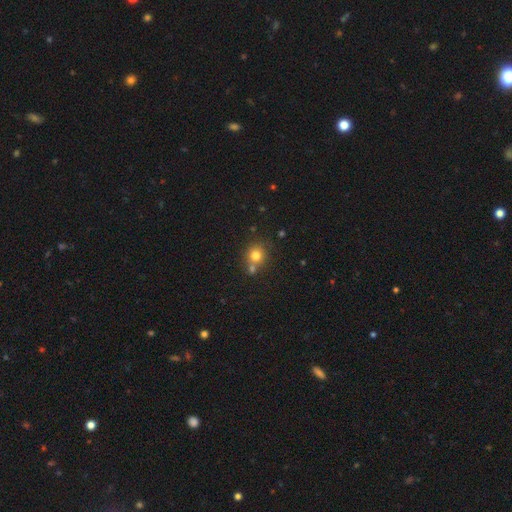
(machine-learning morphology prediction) Smooth or featured?
  - smooth: 77% *
  - star or artifact: 13%
  - featured or disk: 9%
How rounded?
  - round: 86% *
  - in between: 13%
  - cigar-shaped: 1%
Merging?
  - none: 59% *
  - merger: 29%
  - minor disturbance: 9%
  - major disturbance: 3%